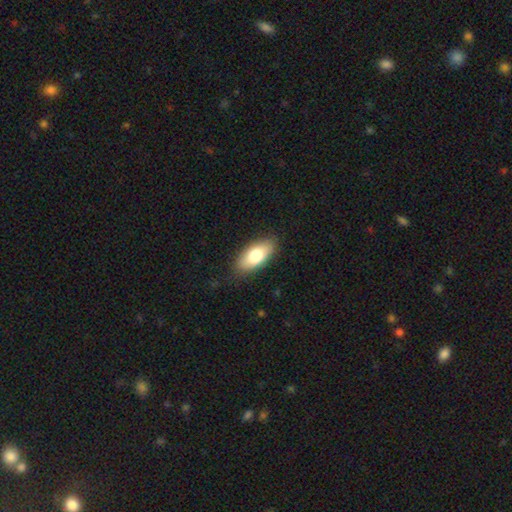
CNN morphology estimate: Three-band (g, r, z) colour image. It shows a smooth galaxy with no disk features (80%) that is in between round and cigar-shaped (89%). Merging: none (83%).